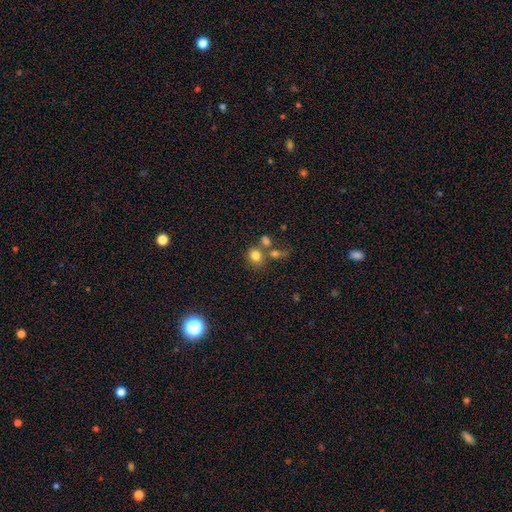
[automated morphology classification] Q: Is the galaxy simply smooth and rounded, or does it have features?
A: smooth — 78%.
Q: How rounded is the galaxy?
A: round — 72%.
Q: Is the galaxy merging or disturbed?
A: none — 54%.